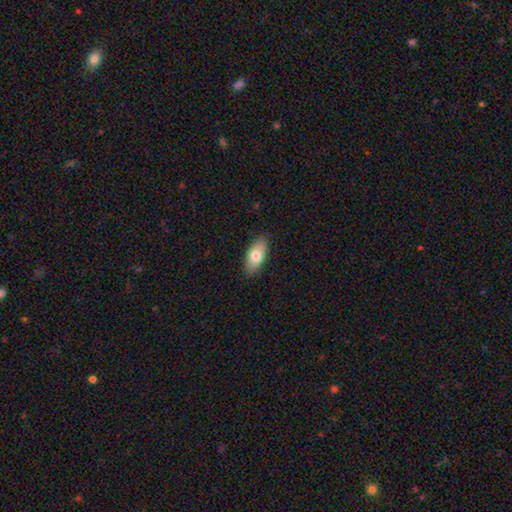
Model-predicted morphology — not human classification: Smooth or featured: smooth — 76% (featured or disk — 17%)
How rounded: in between — 87% (cigar-shaped — 10%)
Merging: none — 86% (minor disturbance — 11%)